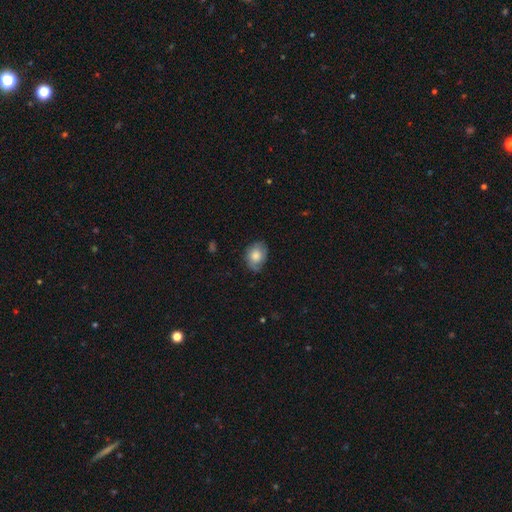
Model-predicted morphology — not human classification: Smooth or featured? Predicted: smooth (p=0.73). How rounded? Predicted: in between (p=0.64). Merging? Predicted: none (p=0.67).